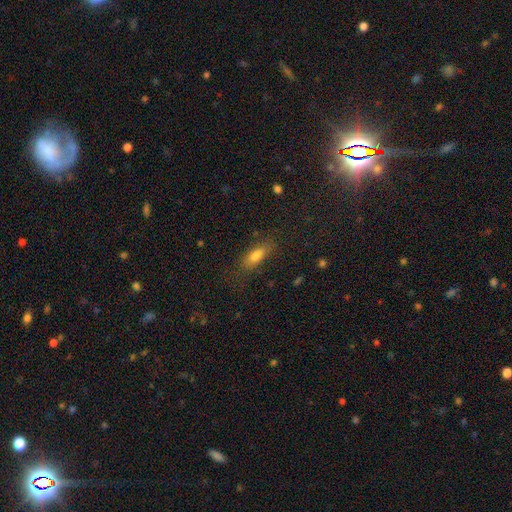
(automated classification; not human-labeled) smooth_or_featured: smooth (p=0.65) [alt: star or artifact p=0.18]
how_rounded: in between (p=0.59) [alt: cigar-shaped p=0.36]
merging: none (p=0.78) [alt: minor disturbance p=0.15]